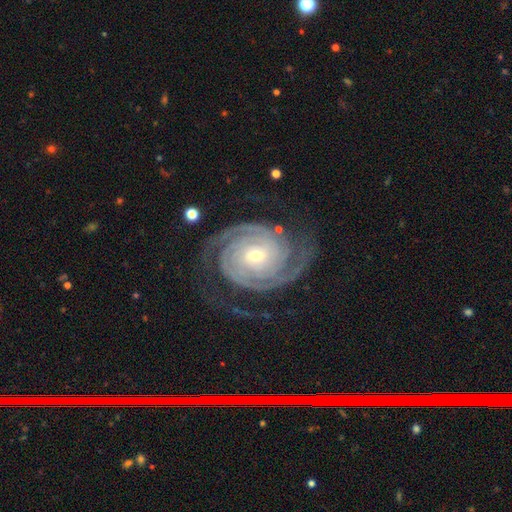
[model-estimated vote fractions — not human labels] A featured or disk galaxy (93%) with no bar (58%), 2 (76%) tight (78%) spiral arms (99%) and a small central bulge (55%).

Vote fractions:
- Smooth or featured? featured or disk: 93% / star or artifact: 4% / smooth: 3%
- Edge-on disk? no: 98% / yes: 2%
- Bar? no: 58% / weak: 27% / strong: 15%
- Spiral arms? yes: 99% / no: 1%
- Spiral winding? tight: 78% / medium: 19% / loose: 3%
- Spiral arm count? 2: 76% / 3: 9% / can't tell: 5% / 4: 4% / more than 4: 3% / 1: 3%
- Bulge size? small: 55% / moderate: 42% / large: 2% / none: 1% / dominant: 1%
- Merging? none: 78% / minor disturbance: 13% / major disturbance: 8% / merger: 1%